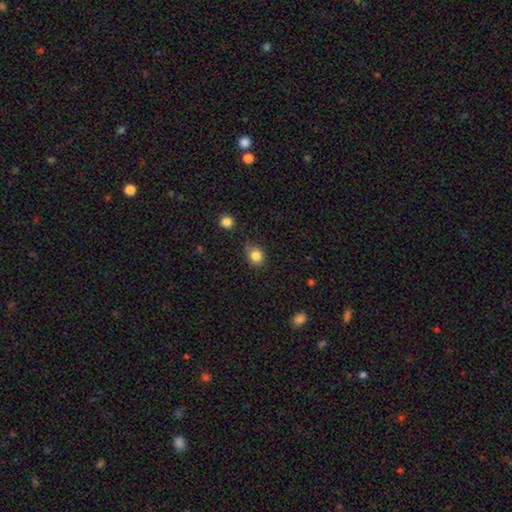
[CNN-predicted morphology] smooth-or-featured: smooth: 83% | star or artifact: 11% | featured or disk: 5%
  how-rounded: round: 78% | in between: 21% | cigar-shaped: 1%
  merging: none: 73% | minor disturbance: 19% | merger: 4% | major disturbance: 4%